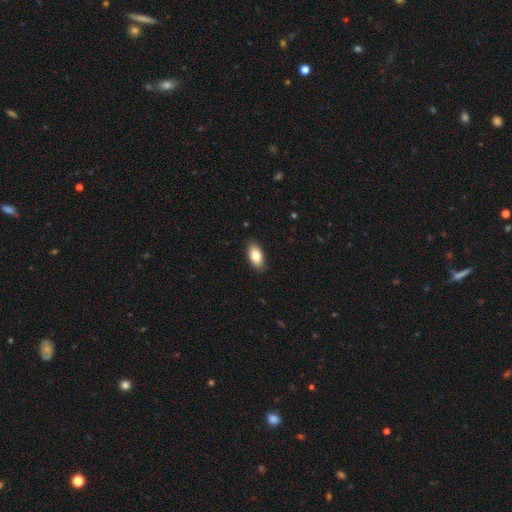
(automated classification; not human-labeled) Smooth or featured? Predicted: smooth (p=0.83). How rounded? Predicted: in between (p=0.92). Merging? Predicted: none (p=0.88).